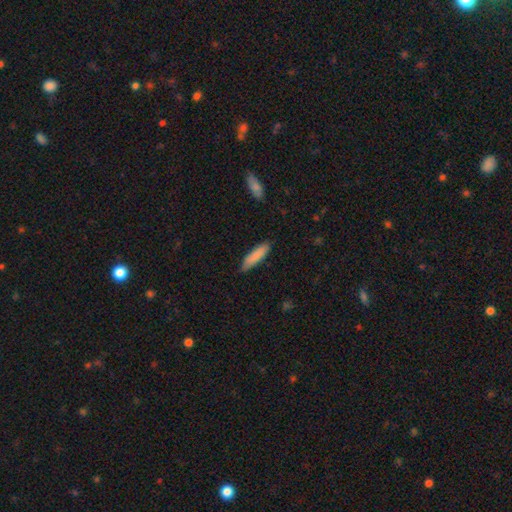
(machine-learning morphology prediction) A smooth galaxy with no disk features (86%) that is cigar-shaped (73%).

Vote fractions:
- Smooth or featured? smooth: 86% / featured or disk: 9% / star or artifact: 6%
- How rounded? cigar-shaped: 73% / in between: 26% / round: 1%
- Merging? none: 84% / minor disturbance: 13% / major disturbance: 2% / merger: 1%